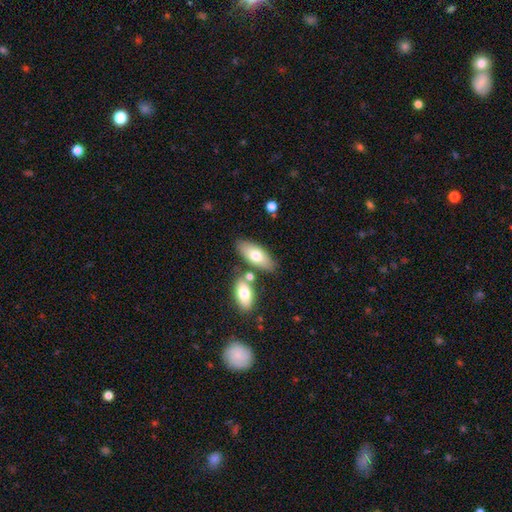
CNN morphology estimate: Smooth or featured? Predicted: smooth (p=0.72). How rounded? Predicted: in between (p=0.83). Merging? Predicted: none (p=0.70).